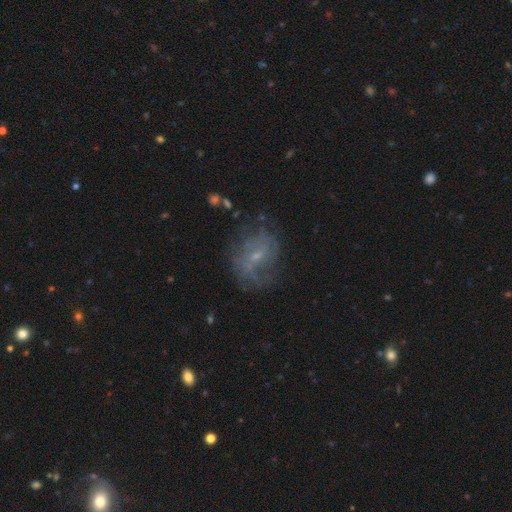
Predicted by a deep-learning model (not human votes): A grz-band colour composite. It shows a featured or disk galaxy (64%) with a weak bar (47%), spiral arms (73%) and a small central bulge (68%). Merging: none (62%).